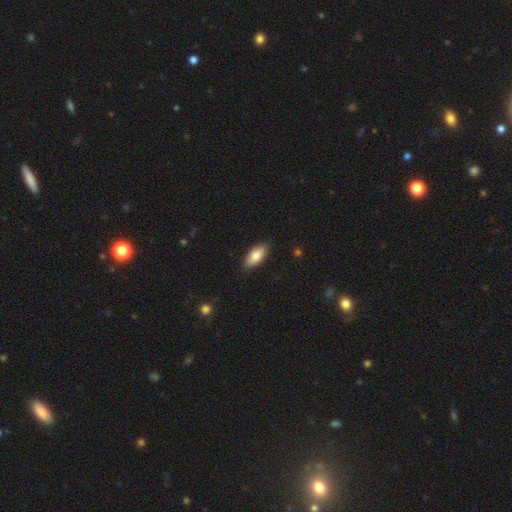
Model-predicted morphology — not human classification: The model was most divided on "smooth or featured": smooth: 79%, featured or disk: 15%, star or artifact: 6%. More confident: merging — none (86%); how rounded — in between (82%).